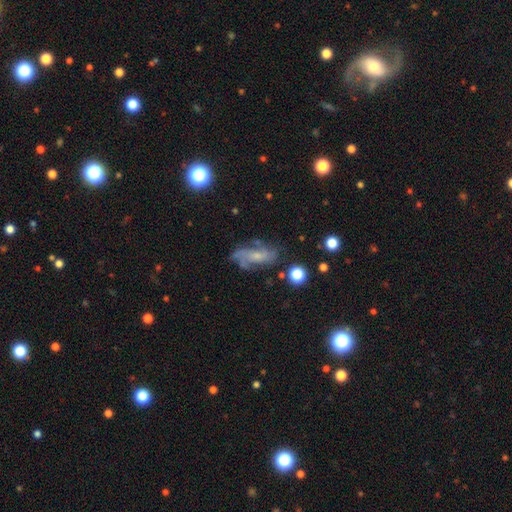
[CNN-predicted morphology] A featured or disk galaxy (59%) with no bar (64%), spiral arms (80%) and a small central bulge (60%). Merging: none (60%).